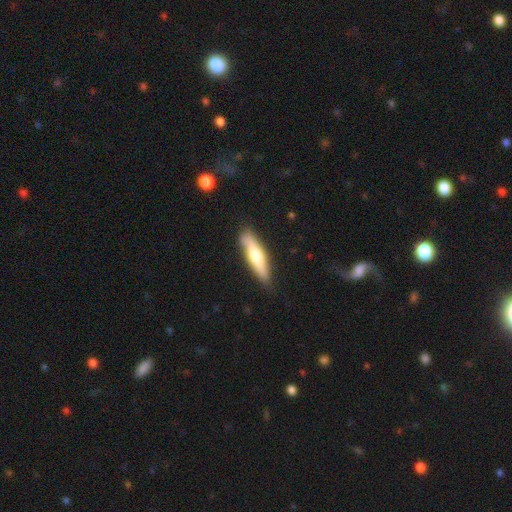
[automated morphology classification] Smooth or featured? smooth (63%)
How rounded? cigar-shaped (74%)
Merging? none (80%)